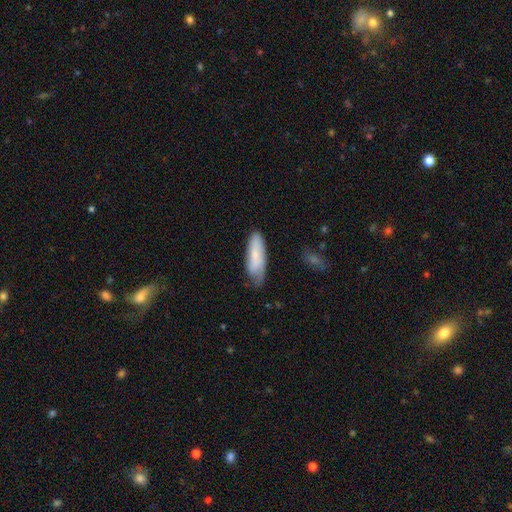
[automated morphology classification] Smooth or featured: smooth — 73% (featured or disk — 21%)
How rounded: in between — 59% (cigar-shaped — 39%)
Merging: none — 56% (minor disturbance — 33%)